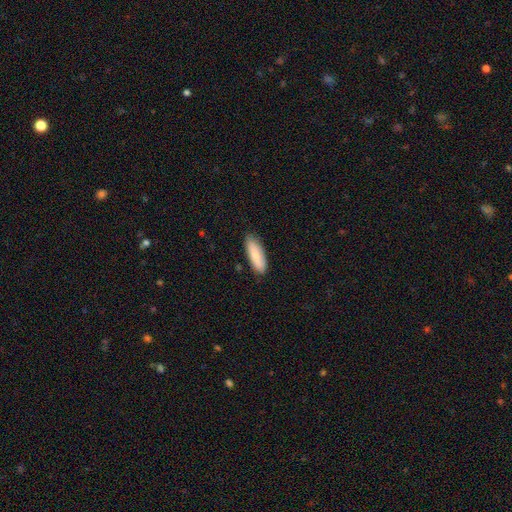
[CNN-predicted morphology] smooth-or-featured: smooth: 80% | featured or disk: 14% | star or artifact: 6%
  how-rounded: in between: 59% | cigar-shaped: 39% | round: 2%
  merging: none: 84% | minor disturbance: 13% | major disturbance: 2% | merger: 1%